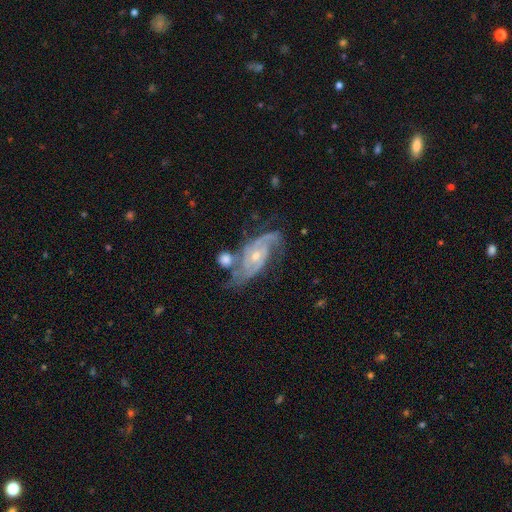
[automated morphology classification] Smooth or featured? Predicted: featured or disk (p=0.89). Edge-on disk? Predicted: no (p=0.96). Bar? Predicted: no (p=0.55). Spiral arms? Predicted: yes (p=0.97). Spiral winding? Predicted: medium (p=0.50). Spiral arm count? Predicted: 2 (p=0.72). Bulge size? Predicted: small (p=0.59). Merging? Predicted: none (p=0.56).